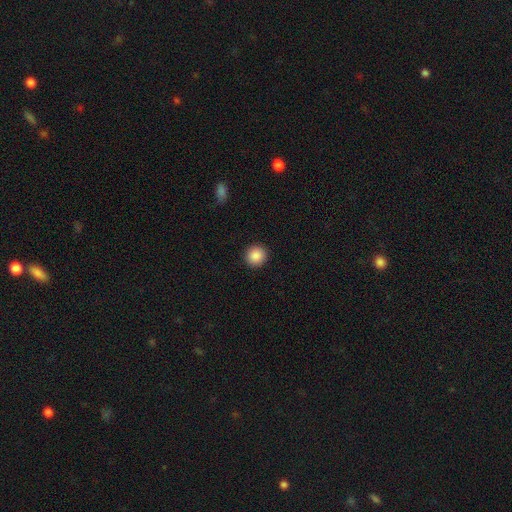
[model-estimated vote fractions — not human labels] A smooth galaxy with no disk features (88%) that is round (94%). Merging: none (93%).